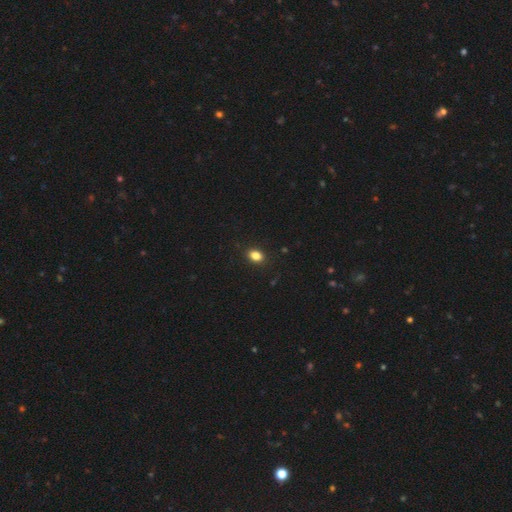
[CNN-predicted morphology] The model was most divided on "how rounded": in between: 70%, round: 28%, cigar-shaped: 1%. More confident: merging — none (89%); smooth or featured — smooth (85%).